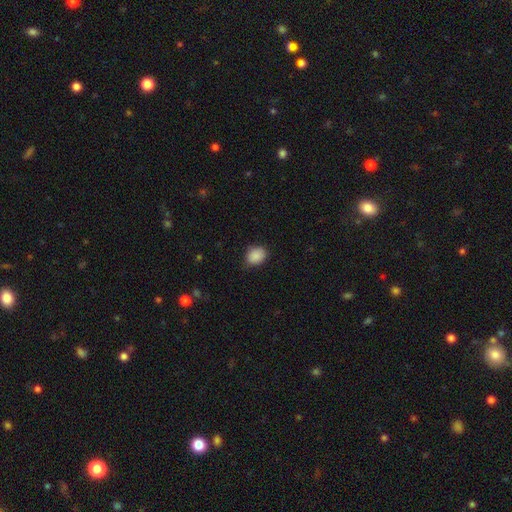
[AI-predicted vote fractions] Morphology: type=smooth (88%); roundness=round (50%); merging=none (73%).